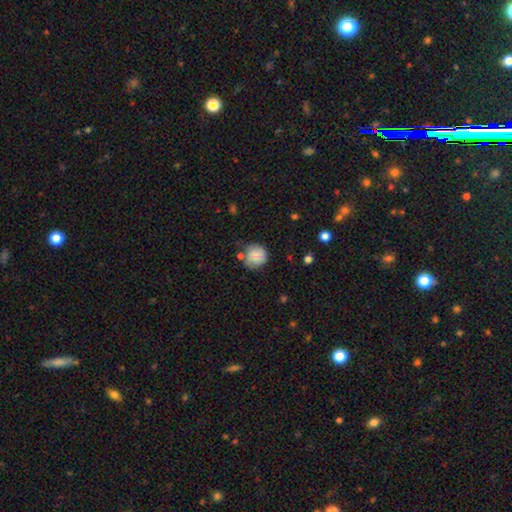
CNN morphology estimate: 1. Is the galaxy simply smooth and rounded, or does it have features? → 81% smooth, 11% featured or disk, 8% star or artifact.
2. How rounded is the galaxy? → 89% round, 10% in between, 1% cigar-shaped.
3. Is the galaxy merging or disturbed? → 64% none, 23% minor disturbance, 7% merger, 6% major disturbance.